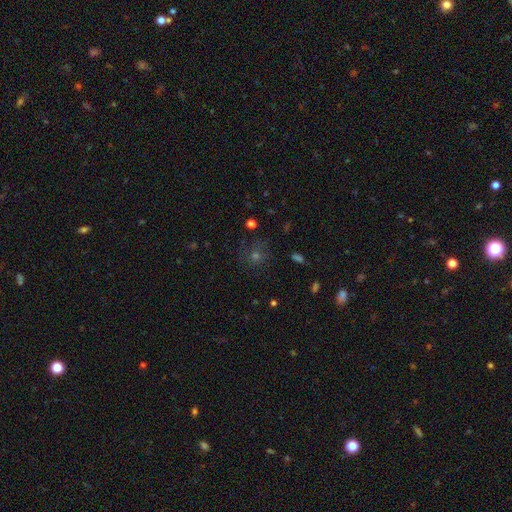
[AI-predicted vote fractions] Morphology: type=smooth (42%); merging=none (76%).